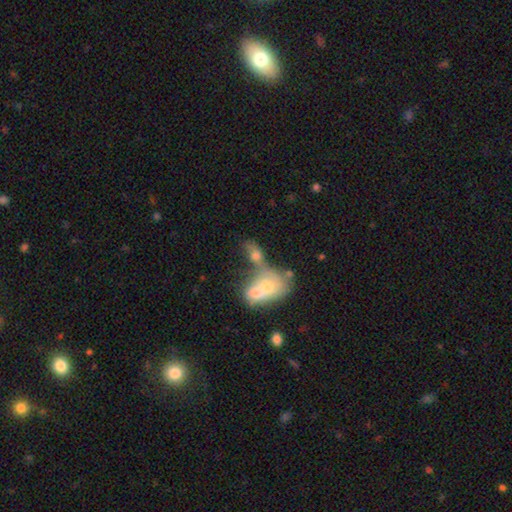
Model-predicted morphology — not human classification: type=smooth (62%); roundness=in between (75%); merging=merger (68%).